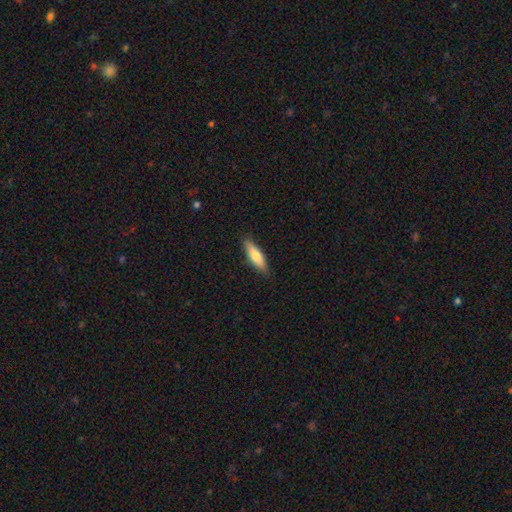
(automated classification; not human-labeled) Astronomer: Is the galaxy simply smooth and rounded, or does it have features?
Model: smooth — 77%.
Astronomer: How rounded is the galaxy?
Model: cigar-shaped — 59% (runner-up: in between, 39%).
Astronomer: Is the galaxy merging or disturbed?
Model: none — 87%.